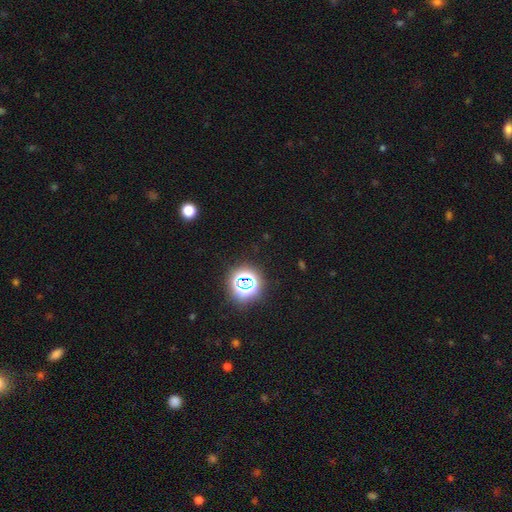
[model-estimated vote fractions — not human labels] Q: Smooth or featured?
A: star or artifact (78%); runner-up: smooth (15%)